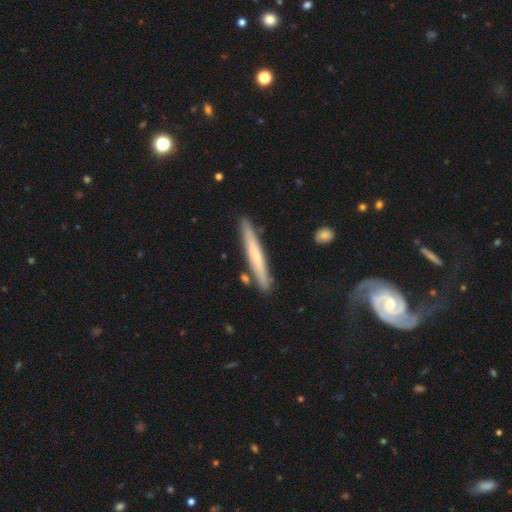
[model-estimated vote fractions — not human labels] Smooth or featured?
  - smooth: 50% *
  - featured or disk: 44%
  - star or artifact: 6%
How rounded?
  - cigar-shaped: 96% *
  - in between: 3%
  - round: 1%
Merging?
  - none: 85% *
  - minor disturbance: 10%
  - merger: 3%
  - major disturbance: 2%